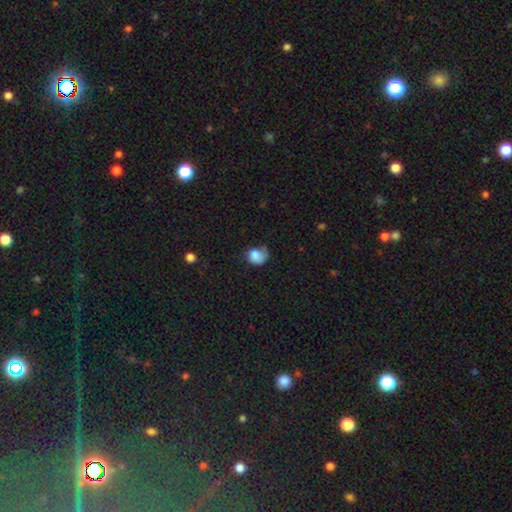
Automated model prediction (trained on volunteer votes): smooth-or-featured: smooth: 77% | featured or disk: 14% | star or artifact: 9%
  how-rounded: round: 57% | in between: 42% | cigar-shaped: 1%
  merging: none: 38% | minor disturbance: 37% | major disturbance: 22% | merger: 3%